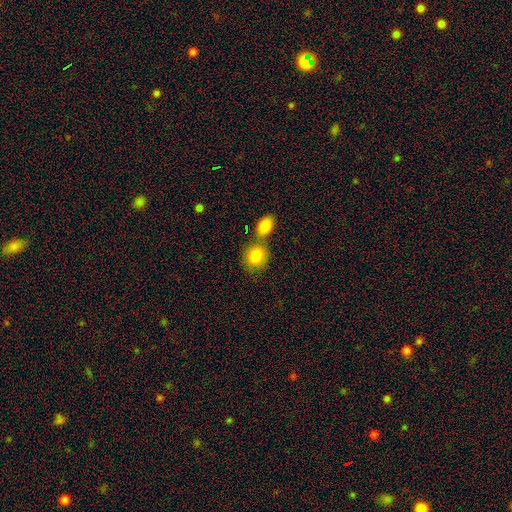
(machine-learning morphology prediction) This is clearly a smooth galaxy (84%). How rounded: likely round (74%). Merging: possibly none (52%).